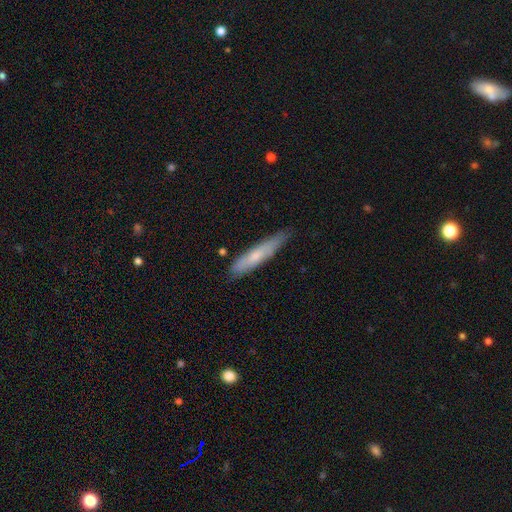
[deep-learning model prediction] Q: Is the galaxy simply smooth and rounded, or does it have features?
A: smooth — 61%.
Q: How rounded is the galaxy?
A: cigar-shaped — 89%.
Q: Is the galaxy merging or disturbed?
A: none — 77%.